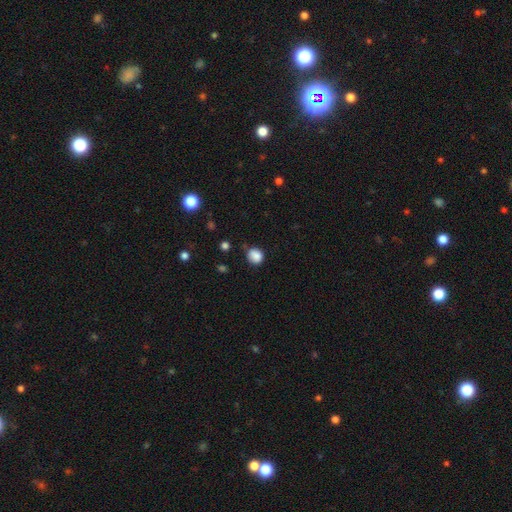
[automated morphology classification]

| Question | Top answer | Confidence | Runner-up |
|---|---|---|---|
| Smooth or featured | smooth | 85% | star or artifact (10%) |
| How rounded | round | 74% | in between (25%) |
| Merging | none | 67% | minor disturbance (24%) |